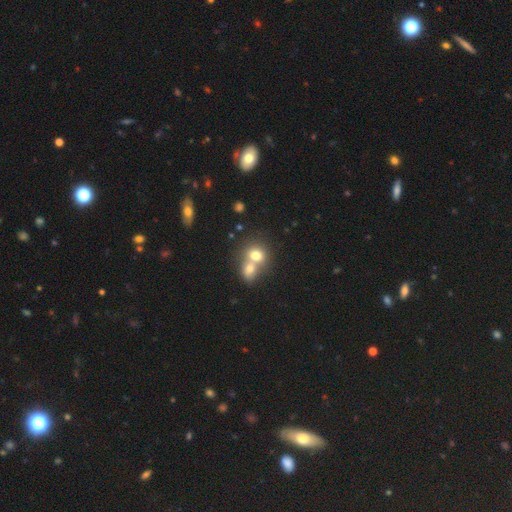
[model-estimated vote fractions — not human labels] smooth-or-featured: smooth: 72% | featured or disk: 17% | star or artifact: 11%
  how-rounded: round: 65% | in between: 34% | cigar-shaped: 1%
  merging: merger: 69% | none: 23% | minor disturbance: 5% | major disturbance: 3%